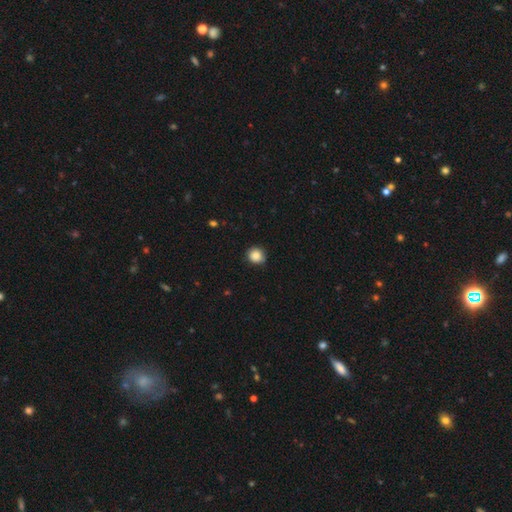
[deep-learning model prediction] A smooth galaxy with no disk features (87%) that is round (89%). Merging: none (84%).